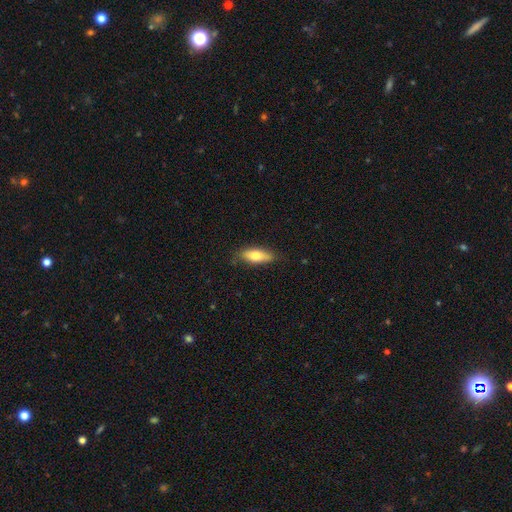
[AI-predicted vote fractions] Q: Smooth or featured?
A: smooth (72%); runner-up: featured or disk (22%)
Q: How rounded?
A: in between (67%); runner-up: cigar-shaped (31%)
Q: Merging?
A: none (81%); runner-up: minor disturbance (15%)